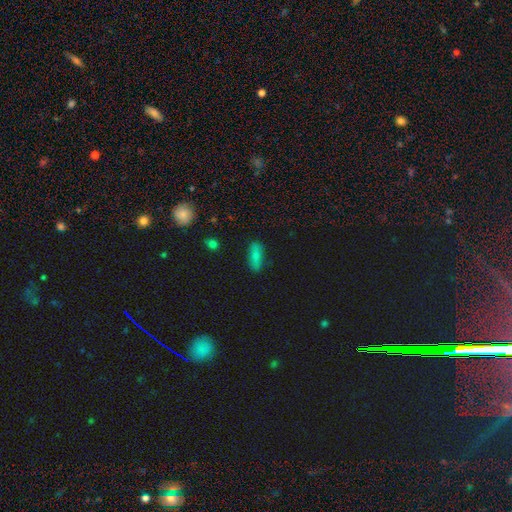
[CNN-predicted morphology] This is likely a smooth galaxy (78%). How rounded: likely in between (61%). Merging: clearly none (82%).